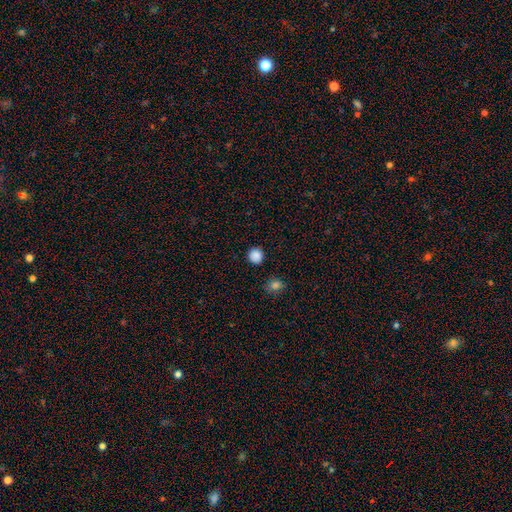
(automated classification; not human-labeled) This appears to be a smooth galaxy with no disk features (87%) that is round (93%). Merging: none (91%).